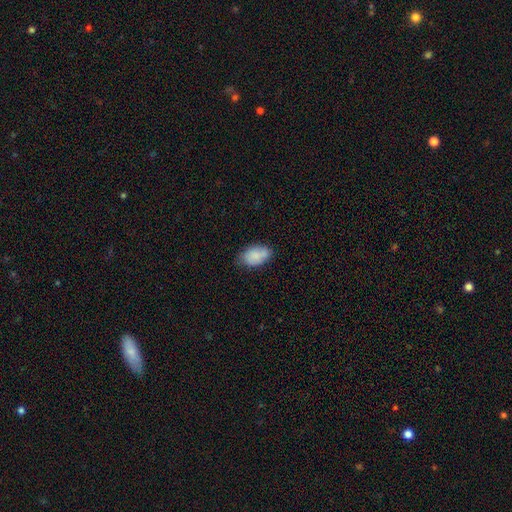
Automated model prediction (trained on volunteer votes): smooth-or-featured: smooth: 83% | featured or disk: 10% | star or artifact: 7%
  how-rounded: in between: 91% | round: 7% | cigar-shaped: 2%
  merging: none: 66% | minor disturbance: 26% | major disturbance: 5% | merger: 3%